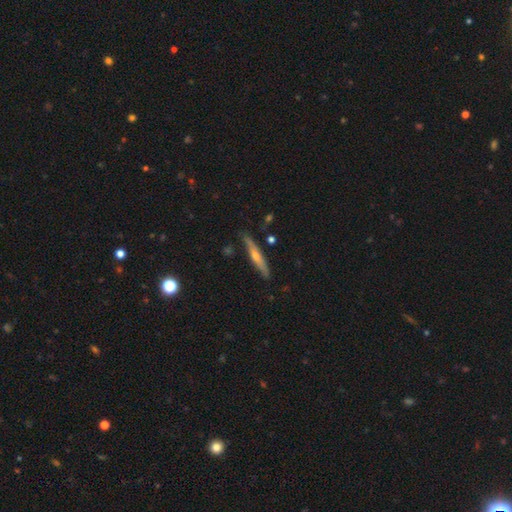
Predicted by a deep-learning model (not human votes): Morphology: type=featured or disk (62%); edge-on=yes (95%); edge-on bulge=rounded (80%); merging=none (85%).